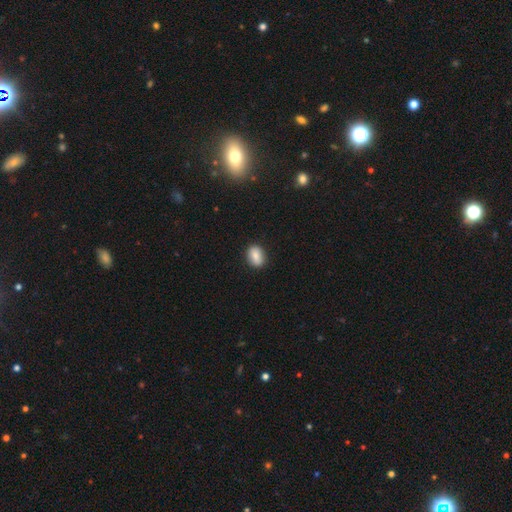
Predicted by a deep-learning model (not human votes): A smooth galaxy with no disk features (82%) that is in between round and cigar-shaped (72%). Merging: none (88%).